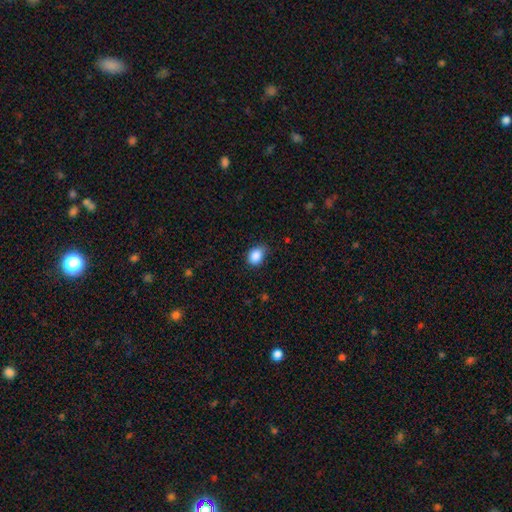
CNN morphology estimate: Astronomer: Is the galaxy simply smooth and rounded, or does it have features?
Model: smooth — 87%.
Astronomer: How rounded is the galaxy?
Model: in between — 60% (runner-up: round, 39%).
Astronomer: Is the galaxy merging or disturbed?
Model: none — 73%.